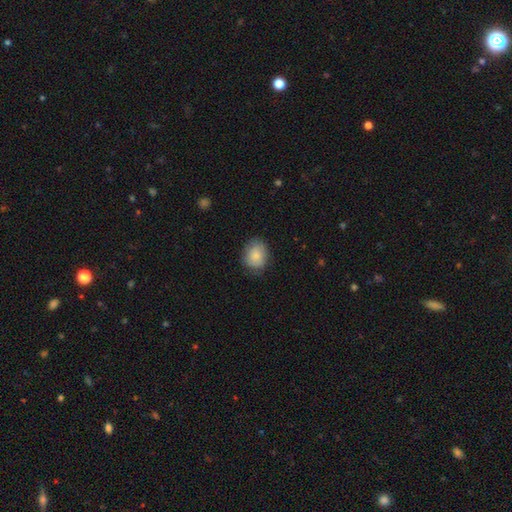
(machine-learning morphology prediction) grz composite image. It shows a smooth galaxy with no disk features (83%) that is round (59%). Merging: none (75%).